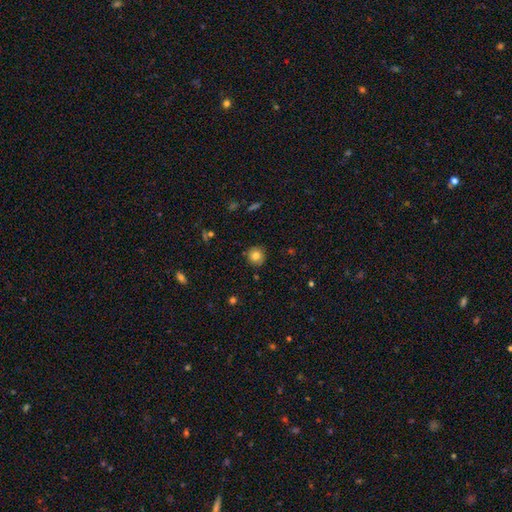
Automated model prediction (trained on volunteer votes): This is clearly a smooth galaxy (81%). How rounded: clearly round (92%). Merging: clearly none (88%).